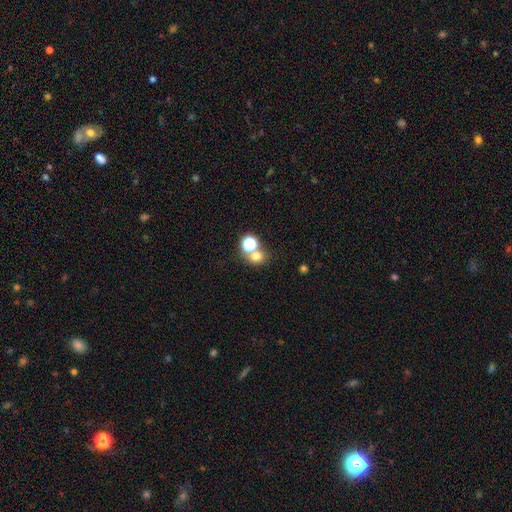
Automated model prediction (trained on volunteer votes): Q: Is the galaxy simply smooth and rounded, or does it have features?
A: smooth — 68%.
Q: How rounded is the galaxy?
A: round — 75%.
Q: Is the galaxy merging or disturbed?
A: none — 55%.